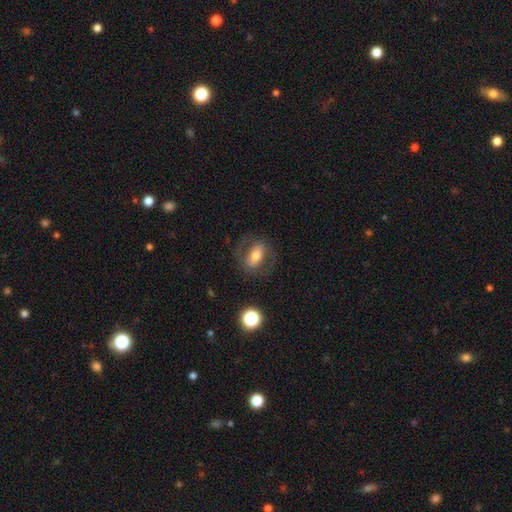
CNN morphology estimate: Q: Smooth or featured?
A: featured or disk (51%); runner-up: smooth (40%)
Q: Edge-on disk?
A: no (93%); runner-up: yes (7%)
Q: Merging?
A: none (72%); runner-up: minor disturbance (14%)